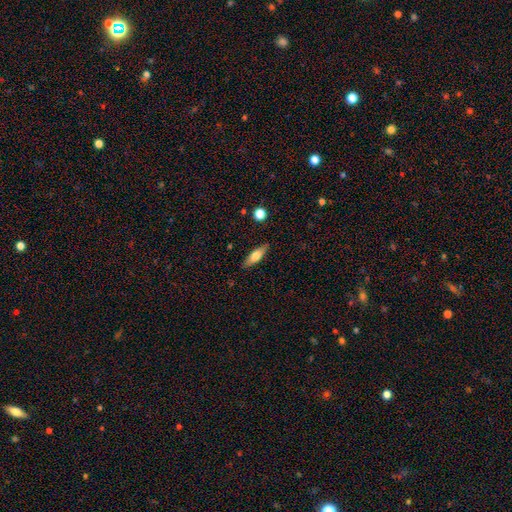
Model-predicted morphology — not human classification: Q: Smooth or featured?
A: smooth (65%); runner-up: featured or disk (28%)
Q: How rounded?
A: in between (54%); runner-up: cigar-shaped (44%)
Q: Merging?
A: none (86%); runner-up: minor disturbance (11%)